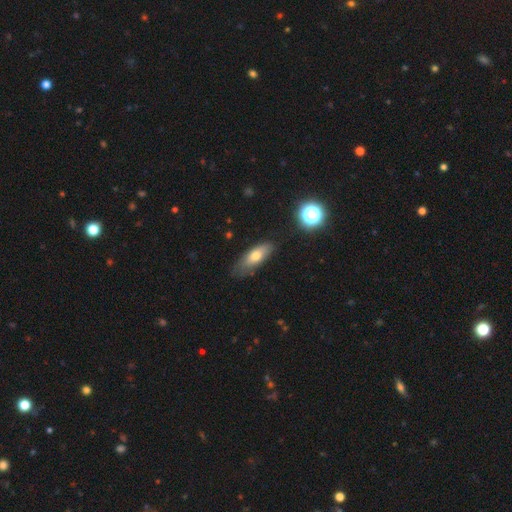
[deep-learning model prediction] Q: Smooth or featured?
A: smooth (68%); runner-up: featured or disk (24%)
Q: How rounded?
A: in between (69%); runner-up: cigar-shaped (27%)
Q: Merging?
A: none (67%); runner-up: minor disturbance (25%)